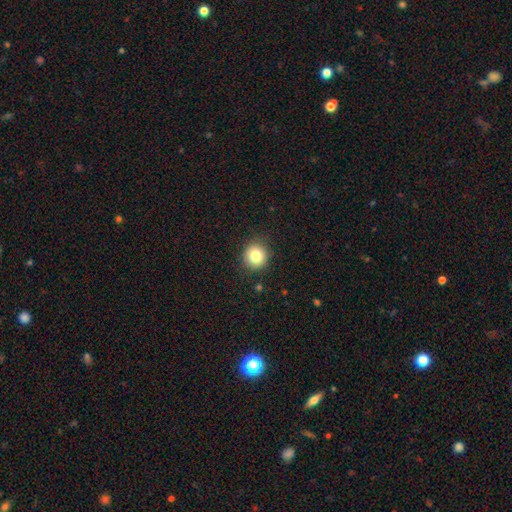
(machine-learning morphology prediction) smooth 81%, star or artifact 11%, featured or disk 8%. Down the decision tree: how rounded — round (92%); merging — none (89%).